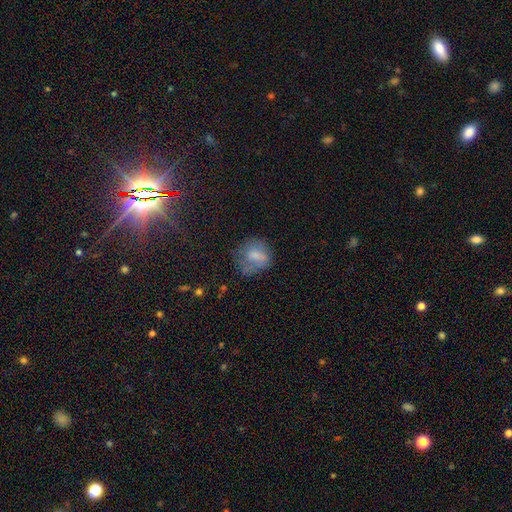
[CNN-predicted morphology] smooth_or_featured: smooth (p=0.66) [alt: featured or disk p=0.23]
how_rounded: round (p=0.67) [alt: in between p=0.32]
merging: none (p=0.48) [alt: minor disturbance p=0.27]